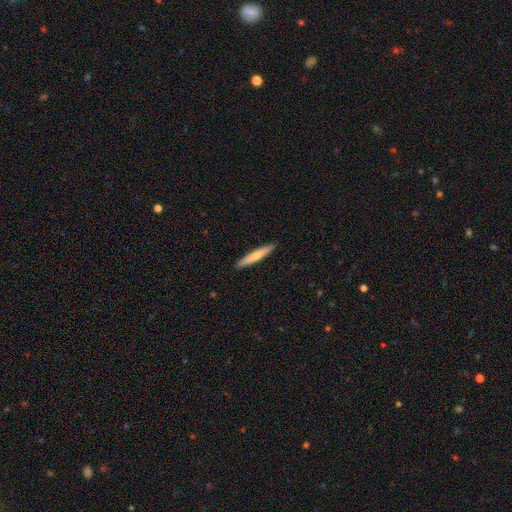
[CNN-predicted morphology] A smooth galaxy with no disk features (64%) that is cigar-shaped (94%).

Vote fractions:
- Smooth or featured? smooth: 64% / featured or disk: 31% / star or artifact: 5%
- How rounded? cigar-shaped: 94% / in between: 5% / round: 1%
- Merging? none: 91% / minor disturbance: 6% / major disturbance: 1% / merger: 1%